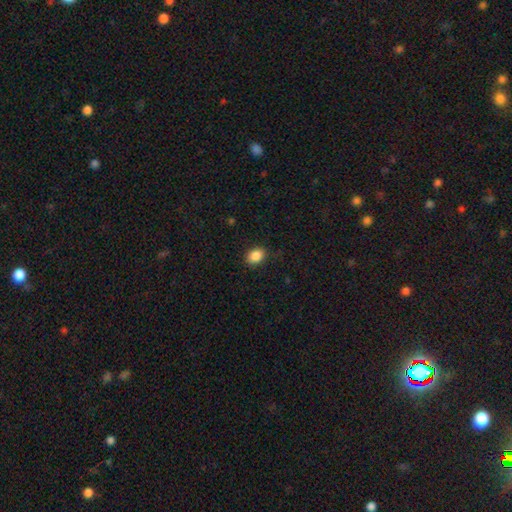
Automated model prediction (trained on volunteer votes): Overall: smooth (88%). How rounded: in between (69%; round 30%). Merging: none (86%).